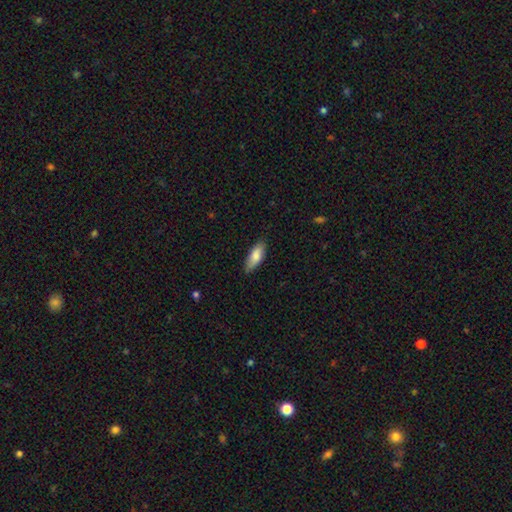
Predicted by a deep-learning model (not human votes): Q: Smooth or featured?
A: smooth (82%); runner-up: featured or disk (12%)
Q: How rounded?
A: in between (71%); runner-up: cigar-shaped (27%)
Q: Merging?
A: none (83%); runner-up: minor disturbance (14%)